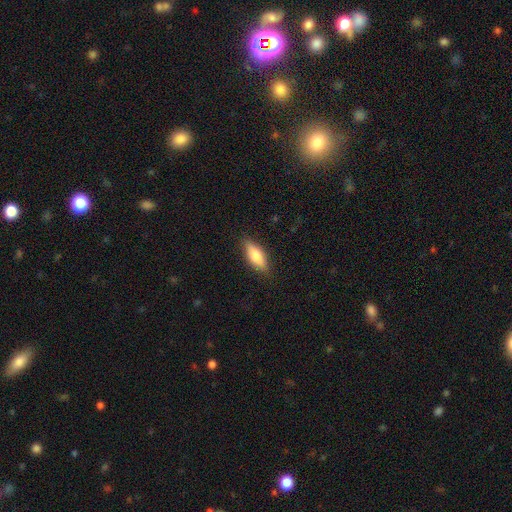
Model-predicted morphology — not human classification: smooth 69%, featured or disk 25%, star or artifact 6%. Down the decision tree: how rounded — in between (62%); merging — none (86%).